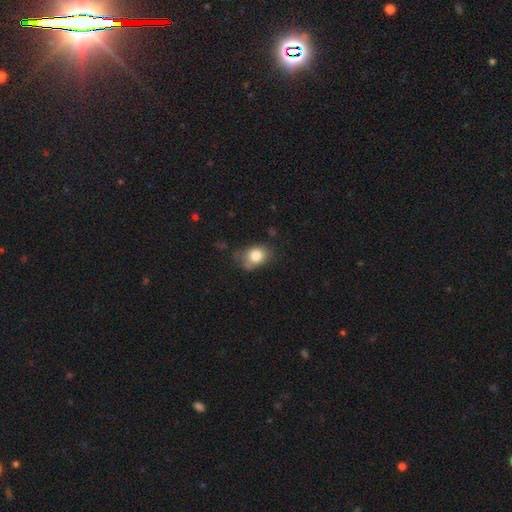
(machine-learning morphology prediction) type=smooth (80%); roundness=in between (53%); merging=none (55%).